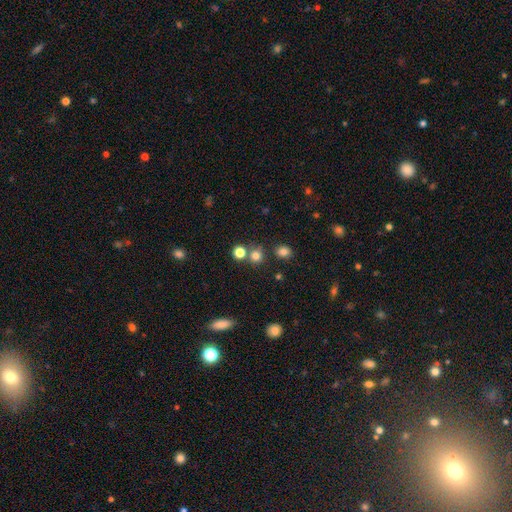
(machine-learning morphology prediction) smooth_or_featured: smooth (p=0.77) [alt: star or artifact p=0.17]
how_rounded: round (p=0.88) [alt: in between p=0.11]
merging: none (p=0.70) [alt: merger p=0.19]